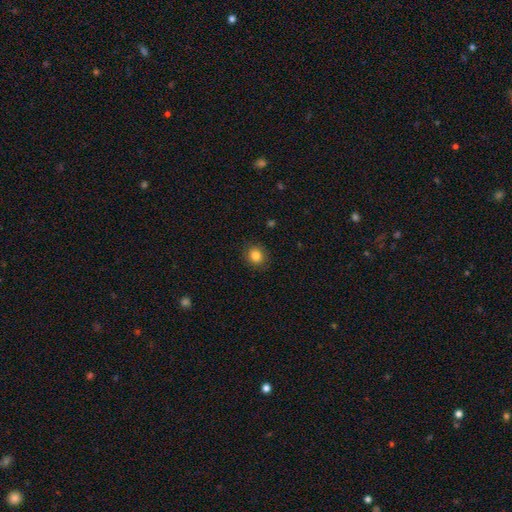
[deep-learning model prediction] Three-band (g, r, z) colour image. It shows a smooth galaxy with no disk features (83%) that is round (80%). Merging: none (89%).